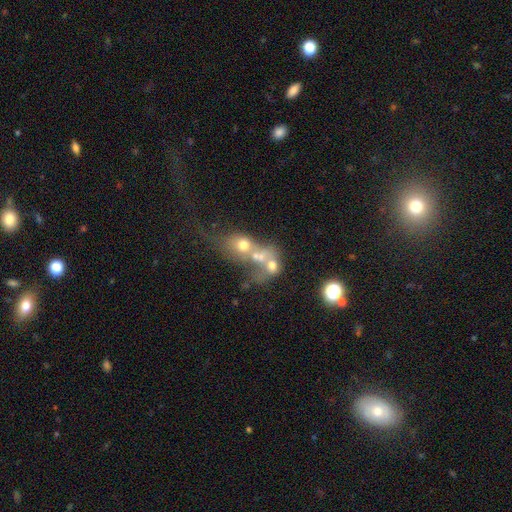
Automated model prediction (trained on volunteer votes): smooth 52%, featured or disk 31%, star or artifact 17%. Down the decision tree: how rounded — round (54%); merging — merger (66%).